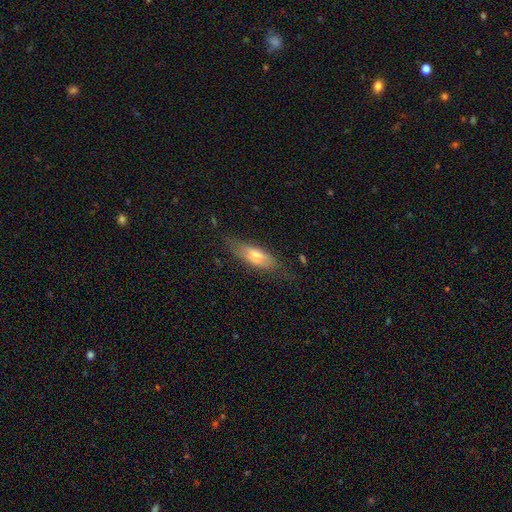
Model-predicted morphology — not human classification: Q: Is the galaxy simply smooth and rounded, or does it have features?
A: smooth — 59%.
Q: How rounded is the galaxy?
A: in between — 58%.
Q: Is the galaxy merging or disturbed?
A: none — 68%.